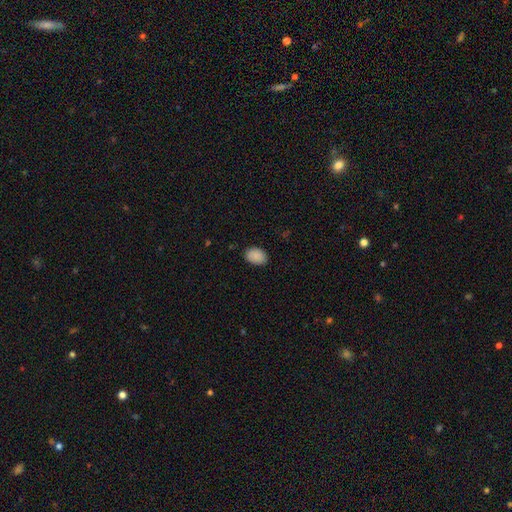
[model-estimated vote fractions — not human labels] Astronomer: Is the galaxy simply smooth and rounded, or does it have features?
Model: smooth — 90%.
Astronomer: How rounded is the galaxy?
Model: in between — 81%.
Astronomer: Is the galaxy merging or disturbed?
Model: none — 86%.